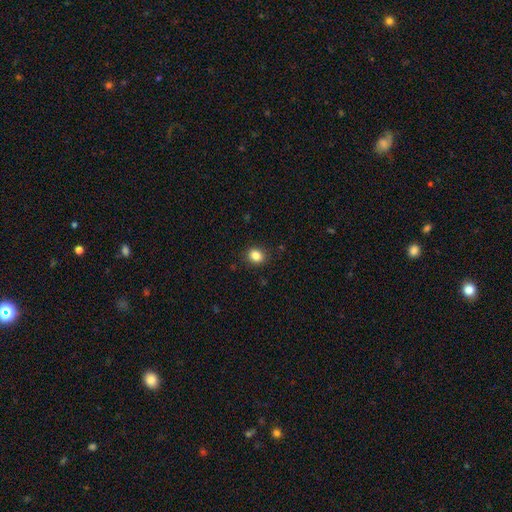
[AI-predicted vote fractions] Morphology: type=smooth (85%); roundness=round (67%); merging=none (89%).